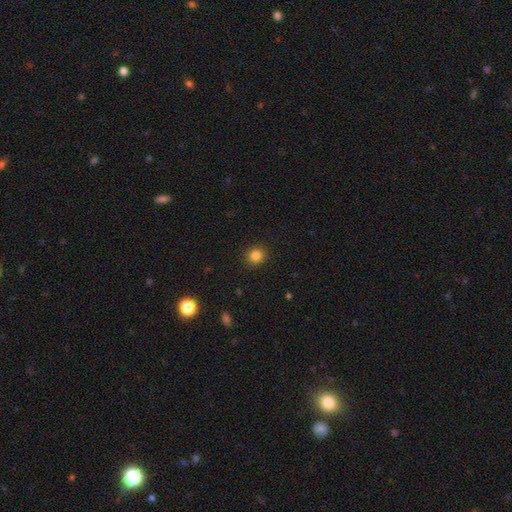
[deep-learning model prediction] Smooth or featured? Predicted: smooth (p=0.83). How rounded? Predicted: round (p=0.89). Merging? Predicted: none (p=0.91).